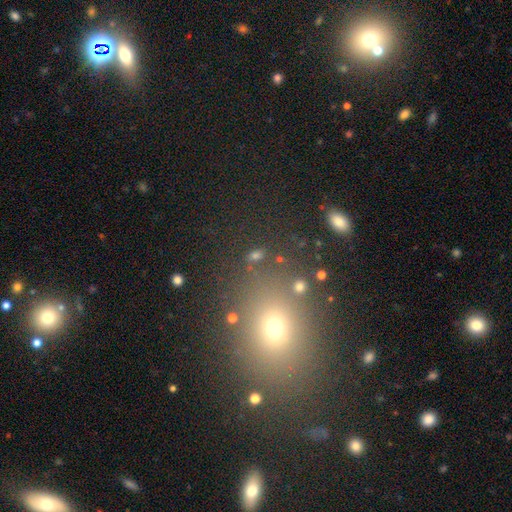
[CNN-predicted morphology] A smooth galaxy with no disk features (57%) that is round (48%).

Vote fractions:
- Smooth or featured? smooth: 57% / star or artifact: 31% / featured or disk: 12%
- How rounded? round: 48% / in between: 47% / cigar-shaped: 5%
- Merging? none: 73% / minor disturbance: 11% / merger: 9% / major disturbance: 7%